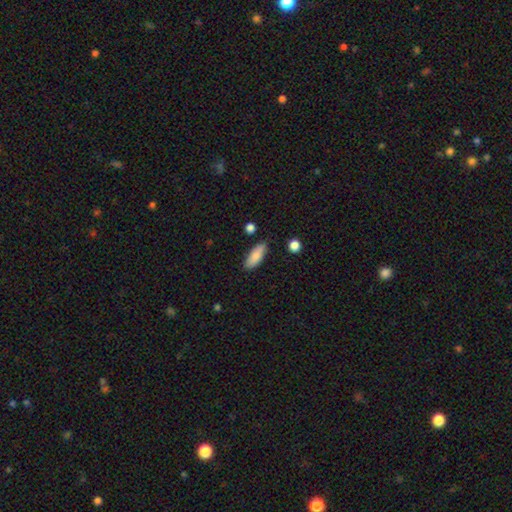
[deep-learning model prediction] Smooth or featured? Predicted: smooth (p=0.85). How rounded? Predicted: in between (p=0.75). Merging? Predicted: none (p=0.81).